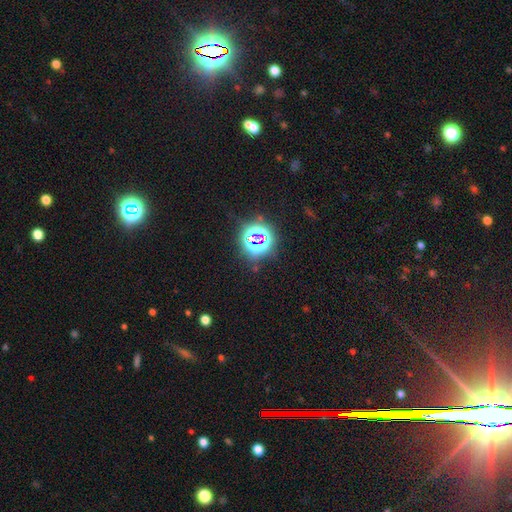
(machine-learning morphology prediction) Smooth or featured? star or artifact (78%)